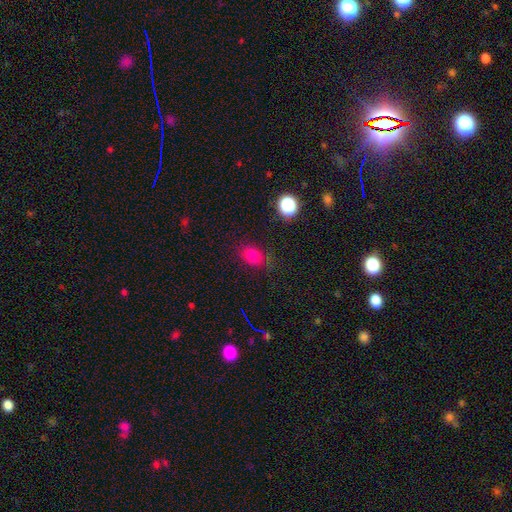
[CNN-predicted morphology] Smooth or featured: smooth — 49% (star or artifact — 40%)
Merging: none — 83% (minor disturbance — 11%)